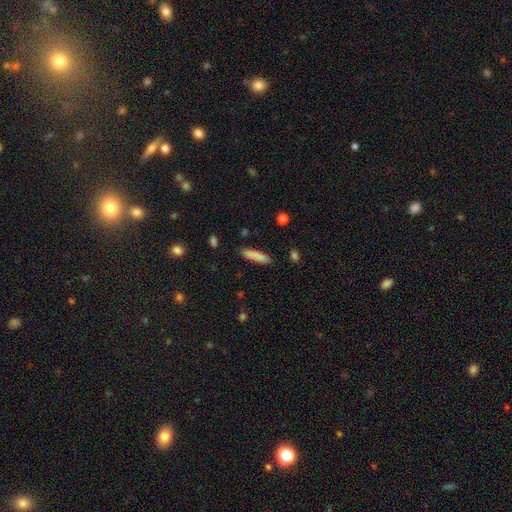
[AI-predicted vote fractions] A smooth galaxy with no disk features (86%) that is cigar-shaped (76%).

Vote fractions:
- Smooth or featured? smooth: 86% / featured or disk: 7% / star or artifact: 6%
- How rounded? cigar-shaped: 76% / in between: 23% / round: 1%
- Merging? none: 87% / minor disturbance: 10% / major disturbance: 2% / merger: 2%